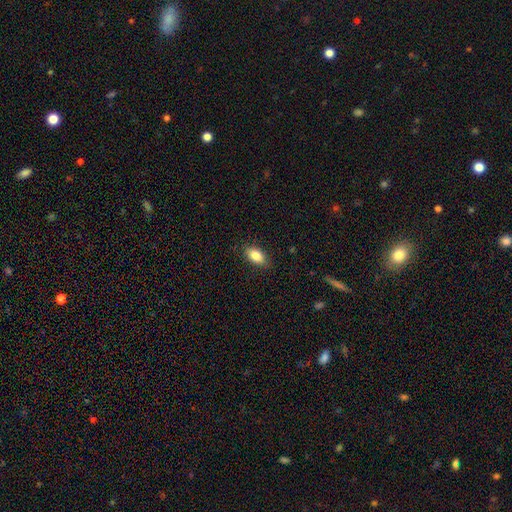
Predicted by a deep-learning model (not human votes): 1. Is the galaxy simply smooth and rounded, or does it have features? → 85% smooth, 7% featured or disk, 7% star or artifact.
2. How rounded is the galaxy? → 90% in between, 6% round, 4% cigar-shaped.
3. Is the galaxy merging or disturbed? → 86% none, 11% minor disturbance, 2% major disturbance, 1% merger.